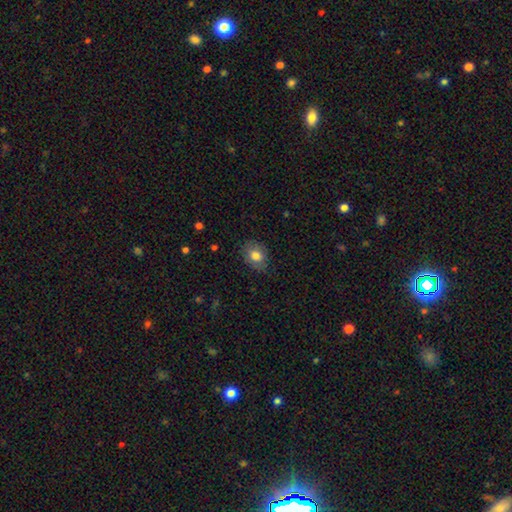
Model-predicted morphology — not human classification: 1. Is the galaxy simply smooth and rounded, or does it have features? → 79% smooth, 12% featured or disk, 9% star or artifact.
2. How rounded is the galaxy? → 56% in between, 43% round, 1% cigar-shaped.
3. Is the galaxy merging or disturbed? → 78% none, 17% minor disturbance, 4% major disturbance, 1% merger.